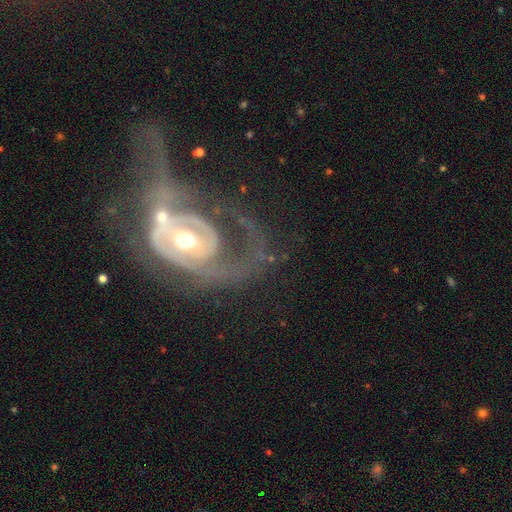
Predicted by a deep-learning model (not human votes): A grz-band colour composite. It shows a featured or disk galaxy (83%) with no bar (59%), 2 (45%) tight (40%) spiral arms (76%) and a moderate central bulge (68%). Merging: merger (38%).